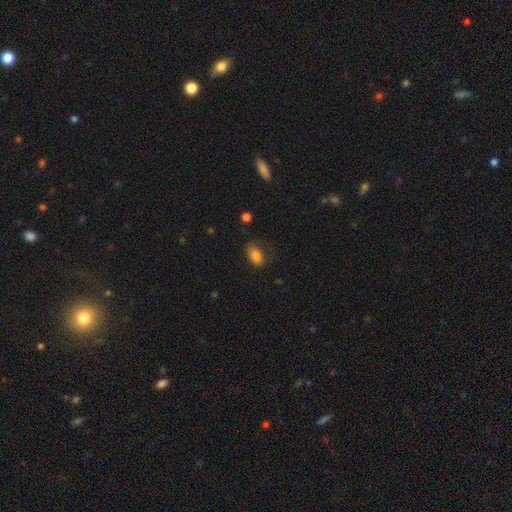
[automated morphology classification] Smooth or featured: smooth — 83% (star or artifact — 9%)
How rounded: in between — 88% (round — 10%)
Merging: none — 60% (minor disturbance — 27%)